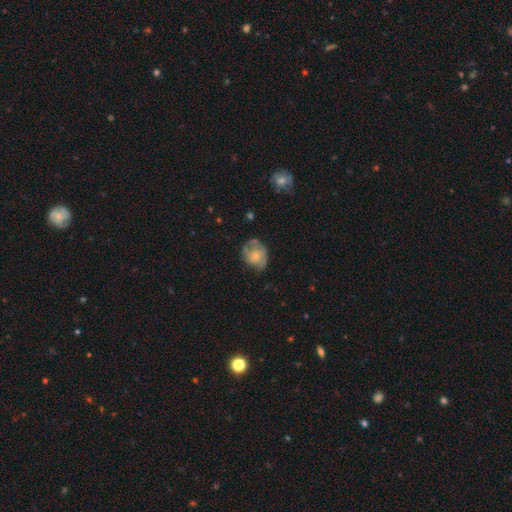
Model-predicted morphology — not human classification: smooth_or_featured: featured or disk (p=0.49) [alt: smooth p=0.44]
merging: none (p=0.56) [alt: minor disturbance p=0.28]